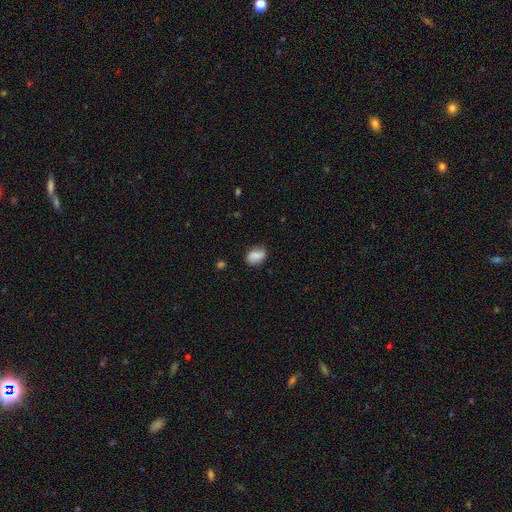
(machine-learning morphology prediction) Smooth or featured? smooth (70%)
How rounded? in between (75%)
Merging? none (70%)